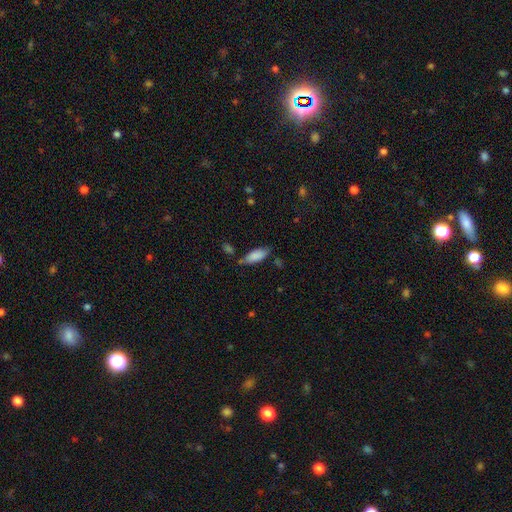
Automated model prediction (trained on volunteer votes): smooth 84%, featured or disk 9%, star or artifact 6%. Down the decision tree: how rounded — in between (79%); merging — none (64%).